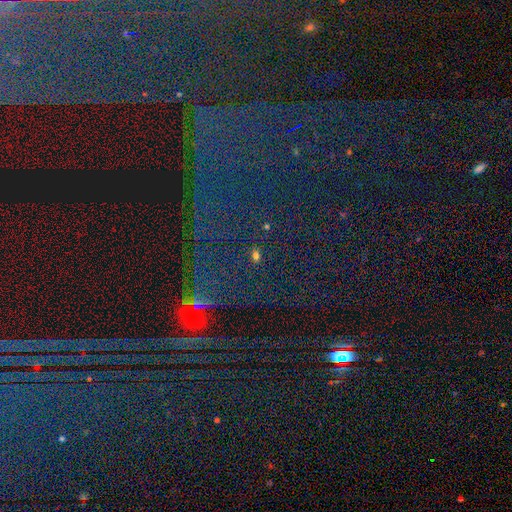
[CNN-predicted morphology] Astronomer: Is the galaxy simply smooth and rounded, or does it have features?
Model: smooth — 54% (runner-up: star or artifact, 38%).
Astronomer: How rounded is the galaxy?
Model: in between — 64%.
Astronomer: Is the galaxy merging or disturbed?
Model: none — 85%.